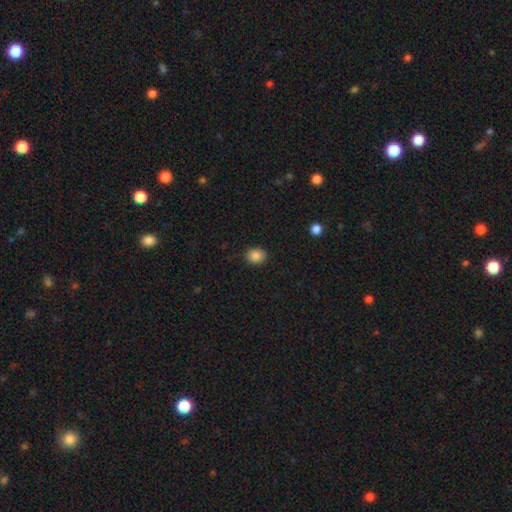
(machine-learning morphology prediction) Q: Smooth or featured?
A: smooth (86%); runner-up: star or artifact (10%)
Q: How rounded?
A: round (65%); runner-up: in between (34%)
Q: Merging?
A: none (87%); runner-up: minor disturbance (9%)